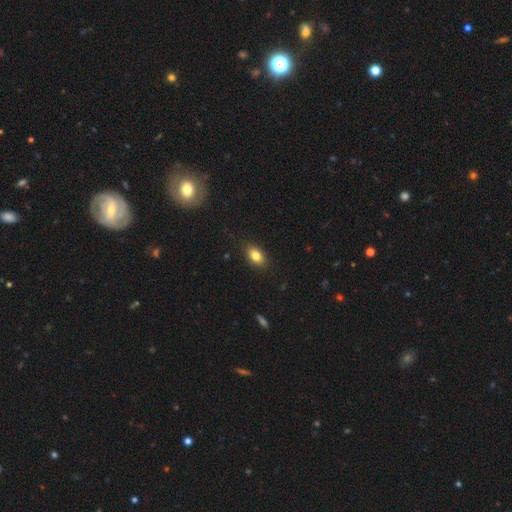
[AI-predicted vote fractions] Overall: smooth (82%). How rounded: in between (85%). Merging: none (87%).